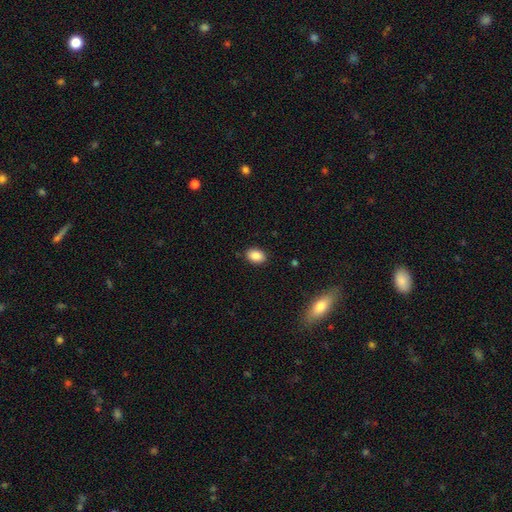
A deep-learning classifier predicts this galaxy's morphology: Smooth or featured? smooth (88%)
How rounded? in between (81%)
Merging? none (88%)